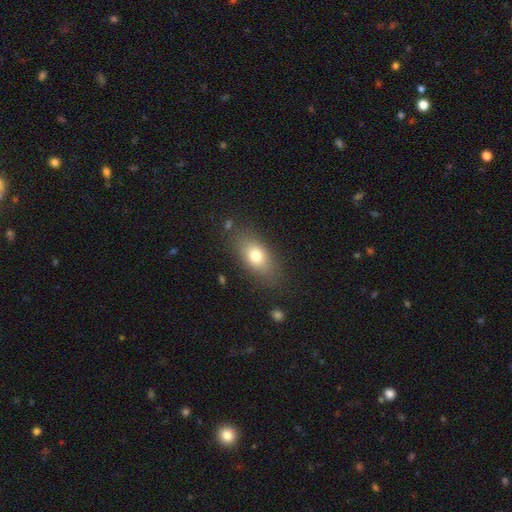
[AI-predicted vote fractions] smooth-or-featured: smooth: 75% | featured or disk: 16% | star or artifact: 10%
  how-rounded: in between: 82% | round: 11% | cigar-shaped: 7%
  merging: none: 81% | minor disturbance: 12% | major disturbance: 5% | merger: 2%